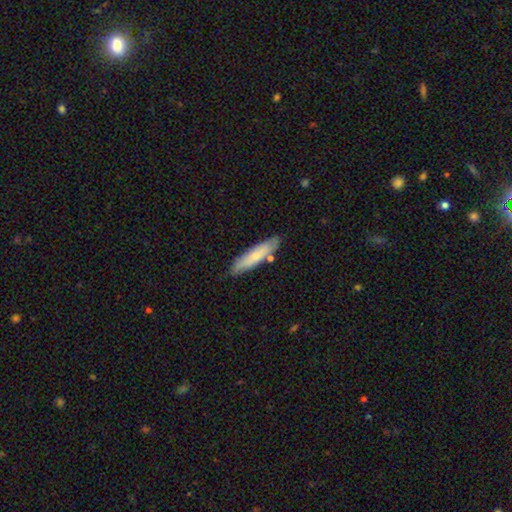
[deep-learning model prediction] smooth_or_featured: smooth (p=0.69) [alt: featured or disk p=0.25]
how_rounded: cigar-shaped (p=0.78) [alt: in between p=0.20]
merging: none (p=0.80) [alt: minor disturbance p=0.13]